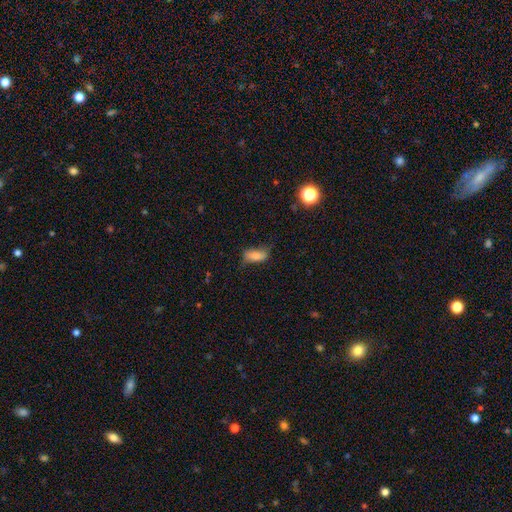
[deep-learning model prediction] Overall: smooth (74%). How rounded: in between (84%). Merging: none (55%; minor disturbance 30%).